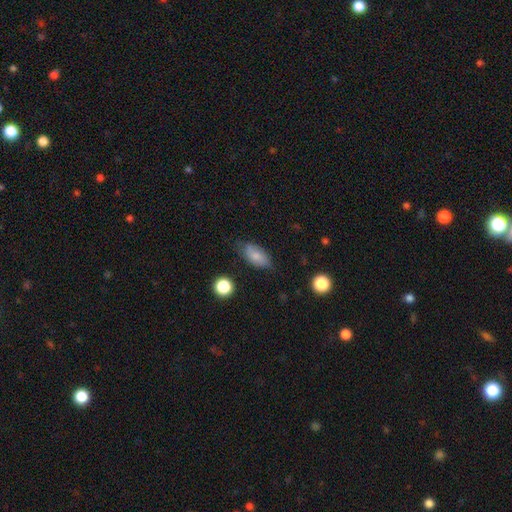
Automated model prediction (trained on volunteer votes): Morphology: type=smooth (75%); roundness=in between (91%); merging=none (67%).